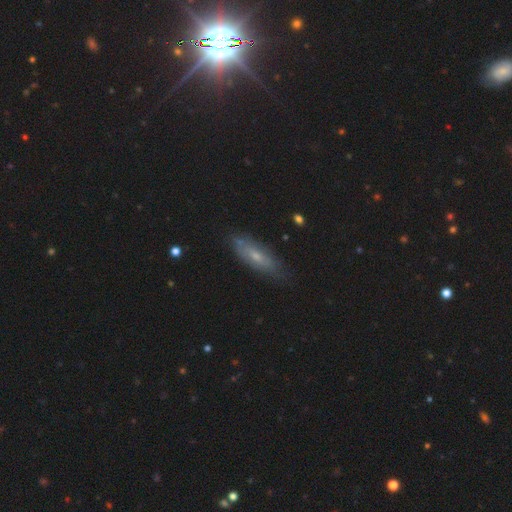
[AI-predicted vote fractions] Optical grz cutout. It shows a smooth galaxy with no disk features (48%). Merging: none (77%).